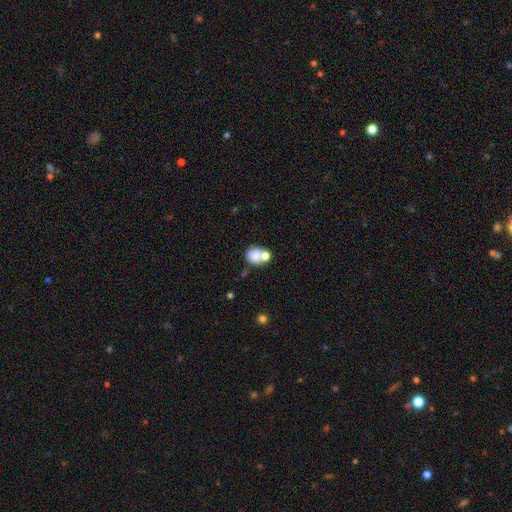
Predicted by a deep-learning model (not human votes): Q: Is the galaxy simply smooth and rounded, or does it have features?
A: smooth — 76%.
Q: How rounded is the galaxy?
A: round — 65%.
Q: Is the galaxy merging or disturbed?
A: merger — 44%.